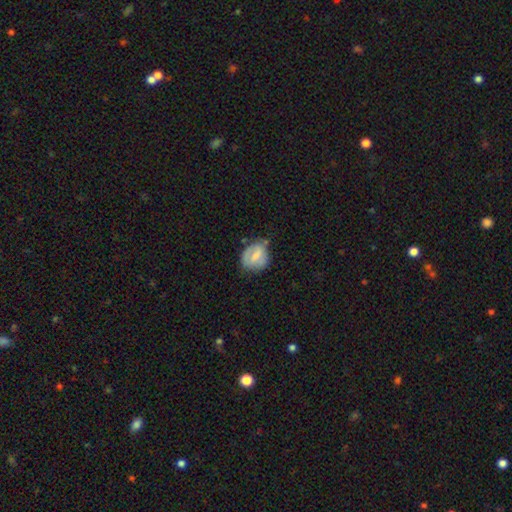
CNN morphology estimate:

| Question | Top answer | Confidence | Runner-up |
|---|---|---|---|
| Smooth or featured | smooth | 54% | featured or disk (38%) |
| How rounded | round | 57% | in between (41%) |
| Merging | none | 56% | minor disturbance (29%) |